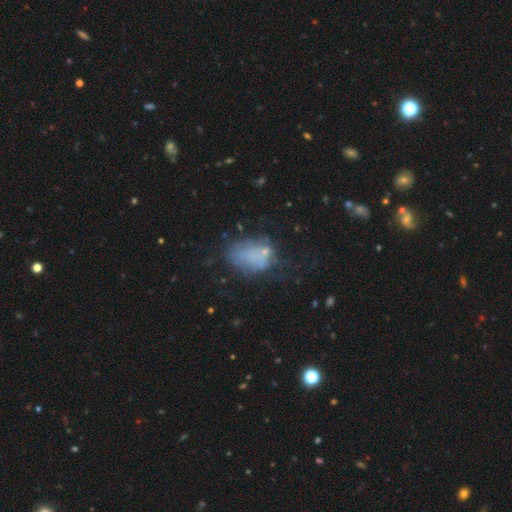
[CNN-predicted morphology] Smooth or featured? Predicted: smooth (p=0.52). How rounded? Predicted: in between (p=0.79). Merging? Predicted: none (p=0.39).